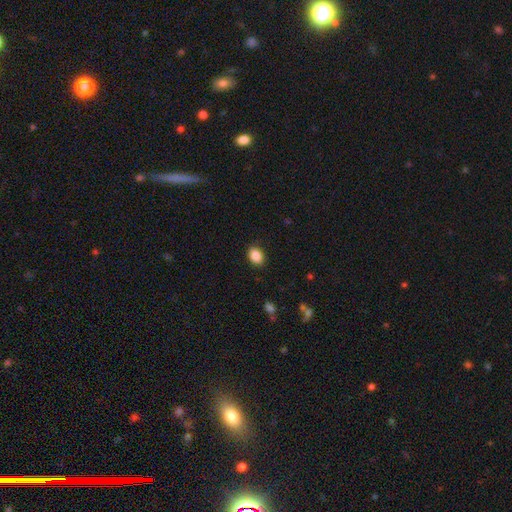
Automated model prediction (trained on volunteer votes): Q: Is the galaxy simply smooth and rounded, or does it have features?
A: smooth — 88%.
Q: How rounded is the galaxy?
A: in between — 69%.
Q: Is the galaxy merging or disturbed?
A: none — 87%.